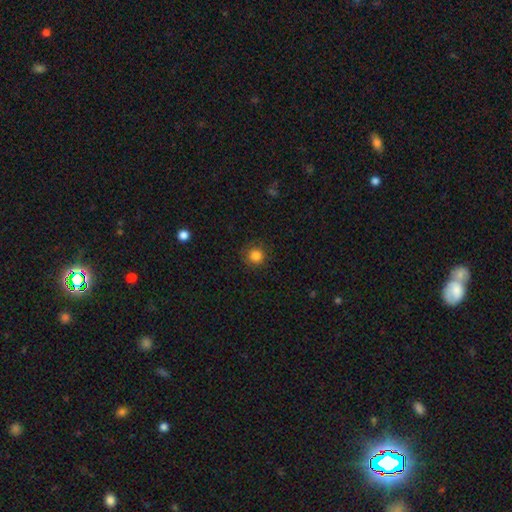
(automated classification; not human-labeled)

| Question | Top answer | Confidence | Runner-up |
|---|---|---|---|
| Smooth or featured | smooth | 84% | star or artifact (12%) |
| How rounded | round | 94% | in between (5%) |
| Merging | none | 88% | minor disturbance (8%) |